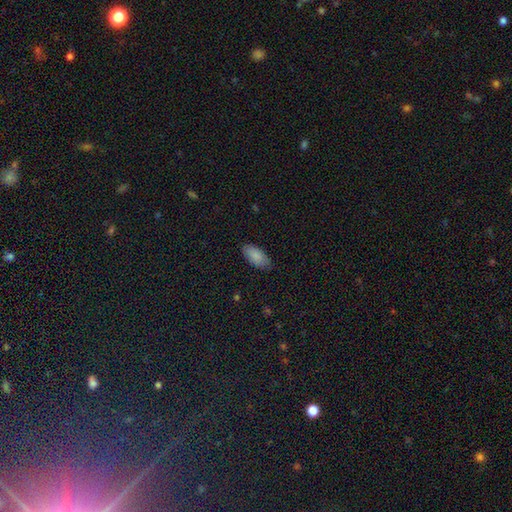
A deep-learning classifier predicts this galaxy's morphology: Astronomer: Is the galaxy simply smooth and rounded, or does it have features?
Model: smooth — 88%.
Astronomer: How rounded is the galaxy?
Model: in between — 91%.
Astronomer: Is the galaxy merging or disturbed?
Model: none — 84%.